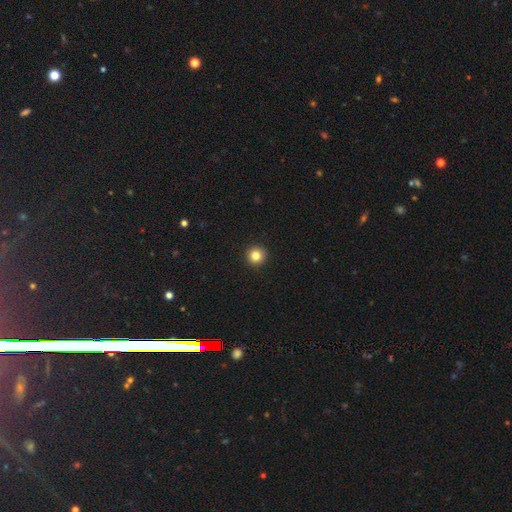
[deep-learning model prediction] Overall: smooth (84%). How rounded: round (95%). Merging: none (94%).